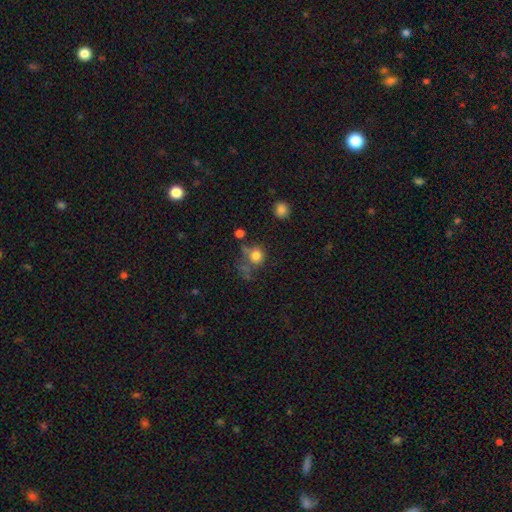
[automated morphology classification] Overall: smooth (78%). How rounded: round (83%). Merging: none (50%; minor disturbance 19%).